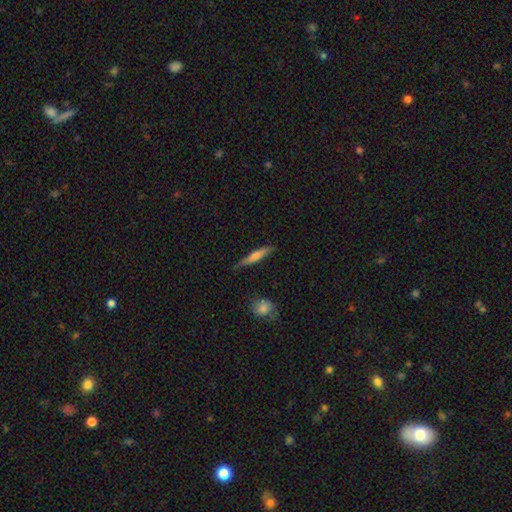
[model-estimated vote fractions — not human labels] smooth 51%, featured or disk 42%, star or artifact 6%. Down the decision tree: how rounded — cigar-shaped (89%); merging — none (82%).